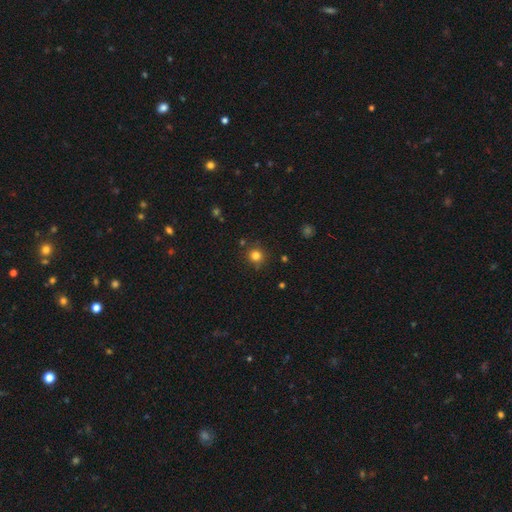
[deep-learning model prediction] Smooth or featured? Predicted: smooth (p=0.80). How rounded? Predicted: round (p=0.93). Merging? Predicted: none (p=0.86).